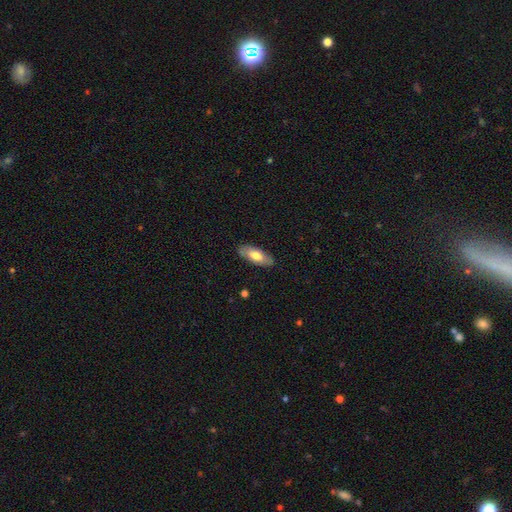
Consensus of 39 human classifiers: A smooth galaxy with no disk features (62%) that is in between round and cigar-shaped (96%). Merging: none (92%).